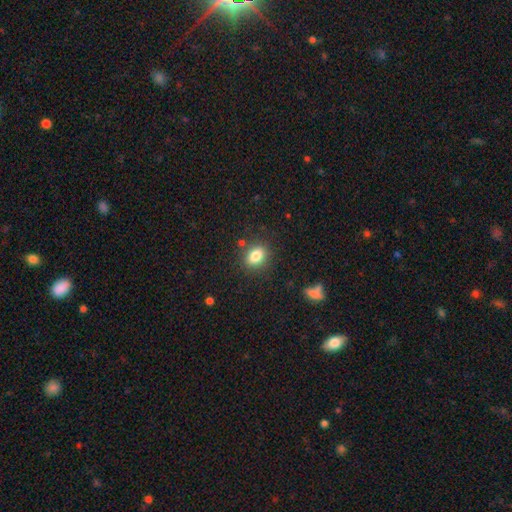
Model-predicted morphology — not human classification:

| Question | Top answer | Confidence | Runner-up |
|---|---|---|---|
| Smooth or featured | smooth | 83% | star or artifact (10%) |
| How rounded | in between | 68% | round (30%) |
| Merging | none | 83% | minor disturbance (10%) |